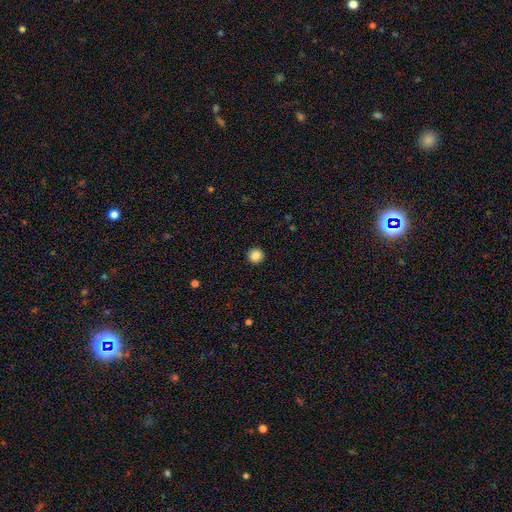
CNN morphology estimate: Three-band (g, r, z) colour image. It shows a smooth galaxy with no disk features (86%) that is round (96%). Merging: none (94%).